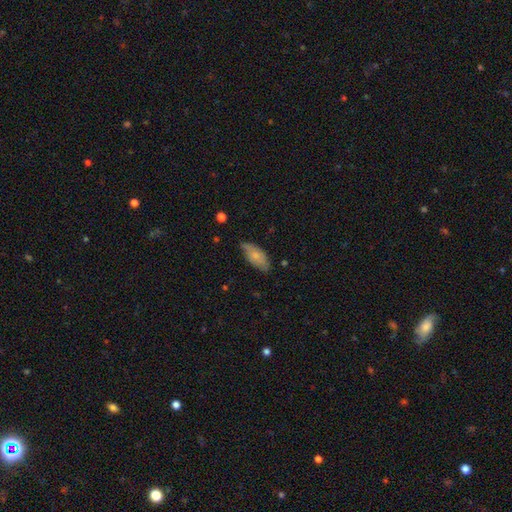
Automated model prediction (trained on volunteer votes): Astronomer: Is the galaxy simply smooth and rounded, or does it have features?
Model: smooth — 66%.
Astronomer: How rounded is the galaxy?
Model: in between — 89%.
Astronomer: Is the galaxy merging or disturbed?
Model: none — 68%.